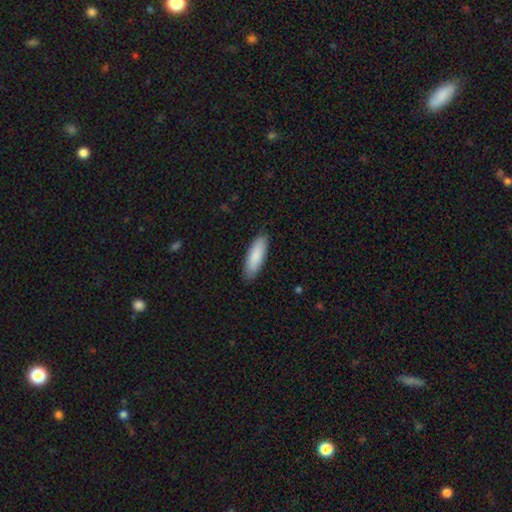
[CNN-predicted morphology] type=smooth (87%); roundness=in between (56%); merging=none (88%).